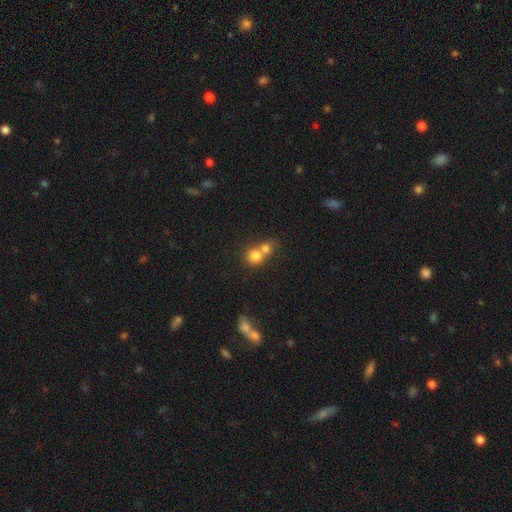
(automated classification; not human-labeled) Smooth or featured? Predicted: smooth (p=0.78). How rounded? Predicted: round (p=0.85). Merging? Predicted: merger (p=0.57).